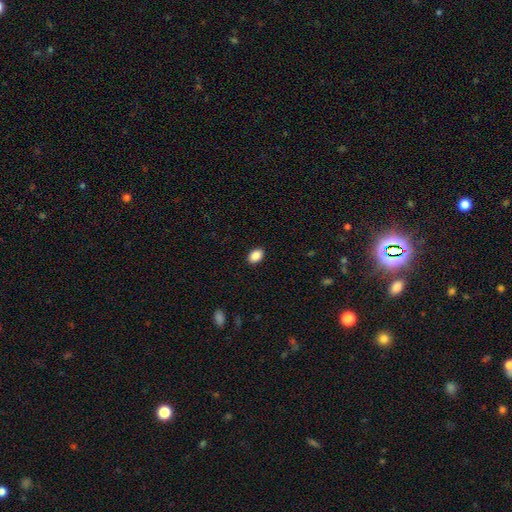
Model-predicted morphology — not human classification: smooth_or_featured: smooth (p=0.89) [alt: star or artifact p=0.08]
how_rounded: in between (p=0.82) [alt: round p=0.16]
merging: none (p=0.90) [alt: minor disturbance p=0.07]